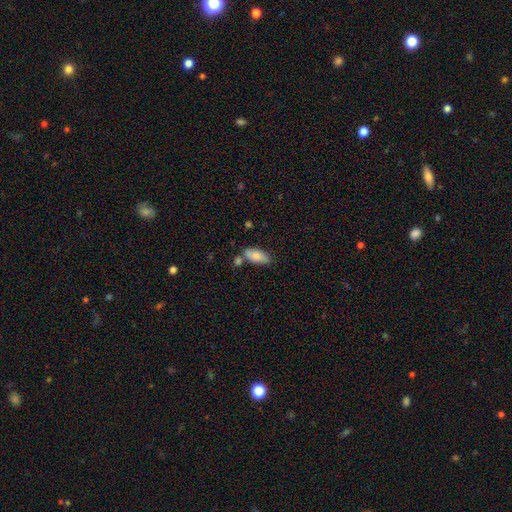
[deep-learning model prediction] Q: Smooth or featured?
A: smooth (83%); runner-up: featured or disk (10%)
Q: How rounded?
A: in between (89%); runner-up: cigar-shaped (9%)
Q: Merging?
A: none (67%); runner-up: minor disturbance (16%)